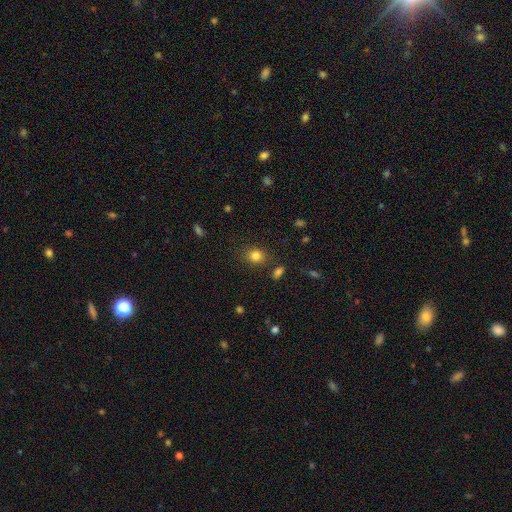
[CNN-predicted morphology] smooth 82%, star or artifact 12%, featured or disk 6%. Down the decision tree: how rounded — round (61%); merging — none (81%).